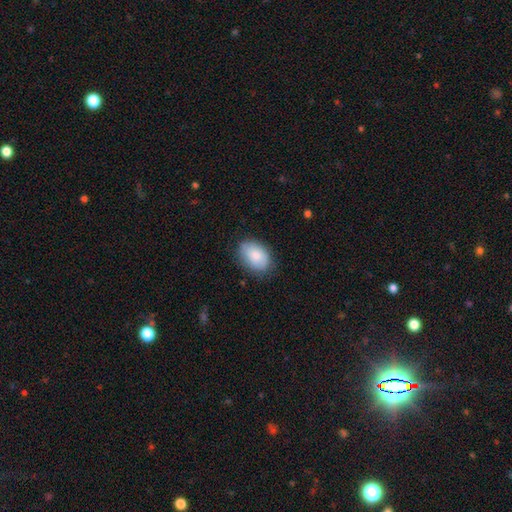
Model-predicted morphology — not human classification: This appears to be a smooth galaxy with no disk features (82%) that is in between round and cigar-shaped (83%). Merging: none (78%).